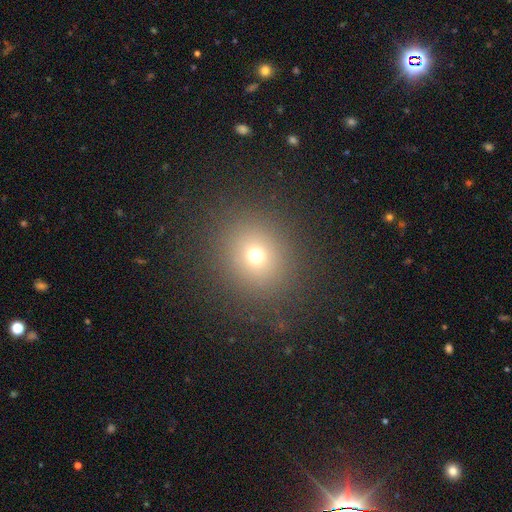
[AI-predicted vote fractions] The model was most divided on "smooth or featured": smooth: 68%, star or artifact: 21%, featured or disk: 11%. More confident: merging — none (85%); how rounded — round (82%).